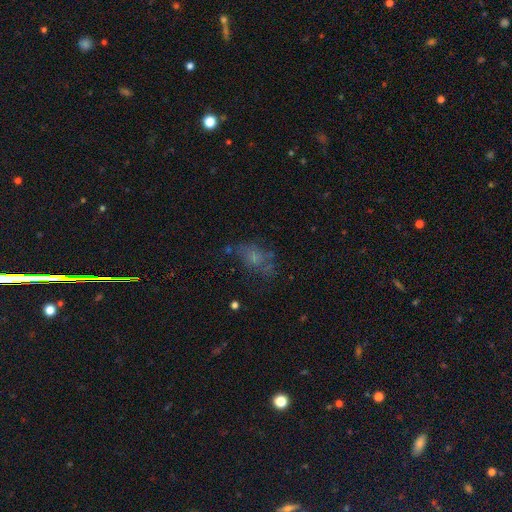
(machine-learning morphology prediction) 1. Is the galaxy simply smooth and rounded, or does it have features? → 41% smooth, 31% star or artifact, 29% featured or disk.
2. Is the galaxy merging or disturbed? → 51% none, 22% major disturbance, 22% minor disturbance, 5% merger.